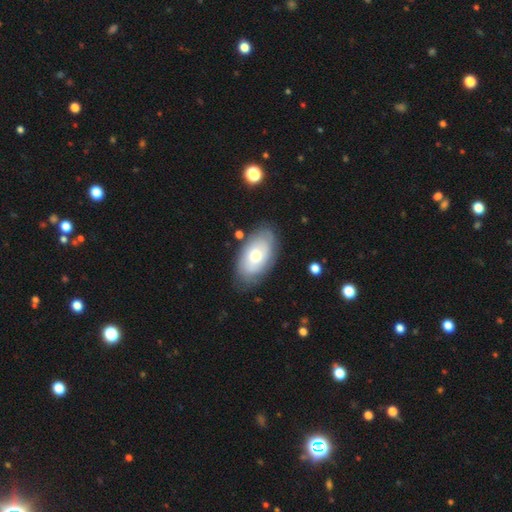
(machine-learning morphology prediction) Overall: smooth (56%; featured or disk 37%). How rounded: in between (92%). Merging: none (78%).